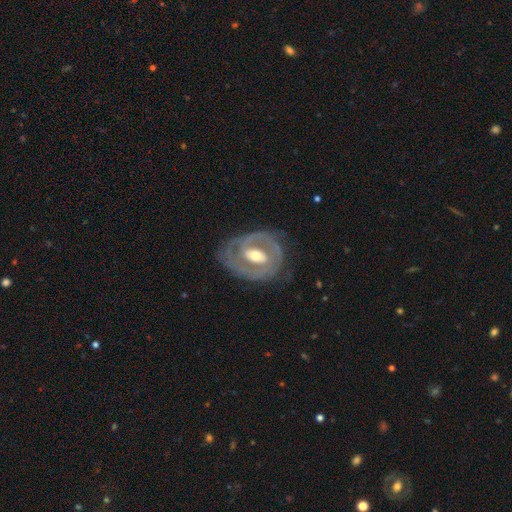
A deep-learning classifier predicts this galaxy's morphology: Q: Smooth or featured?
A: featured or disk (81%); runner-up: smooth (15%)
Q: Edge-on disk?
A: no (96%); runner-up: yes (4%)
Q: Bar?
A: weak (41%); runner-up: no (32%)
Q: Spiral arms?
A: yes (70%); runner-up: no (30%)
Q: Spiral winding?
A: tight (62%); runner-up: medium (28%)
Q: Spiral arm count?
A: 2 (53%); runner-up: can't tell (25%)
Q: Bulge size?
A: moderate (71%); runner-up: small (18%)
Q: Merging?
A: none (70%); runner-up: minor disturbance (19%)